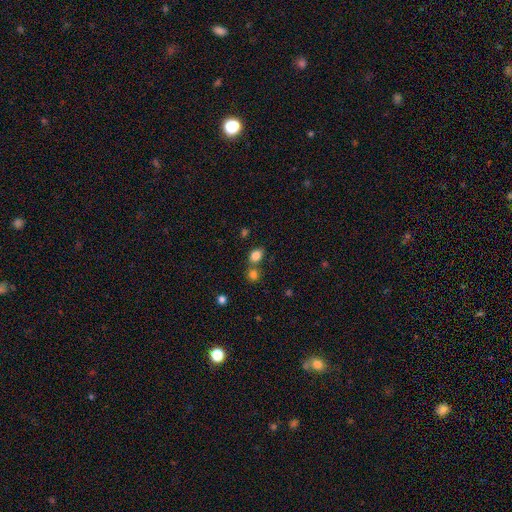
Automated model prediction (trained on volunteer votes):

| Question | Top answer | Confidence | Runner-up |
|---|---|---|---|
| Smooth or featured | smooth | 83% | star or artifact (11%) |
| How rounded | in between | 67% | round (32%) |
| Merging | none | 59% | merger (26%) |